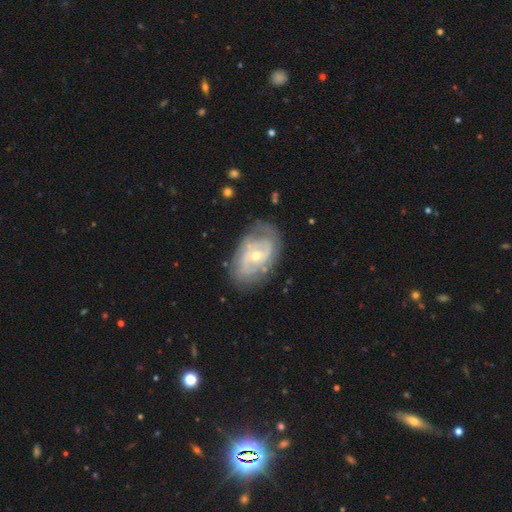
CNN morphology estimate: Smooth or featured? Predicted: featured or disk (p=0.80). Edge-on disk? Predicted: no (p=0.96). Bar? Predicted: no (p=0.57). Spiral arms? Predicted: yes (p=0.83). Spiral winding? Predicted: tight (p=0.48). Spiral arm count? Predicted: 2 (p=0.55). Bulge size? Predicted: small (p=0.53). Merging? Predicted: none (p=0.68).